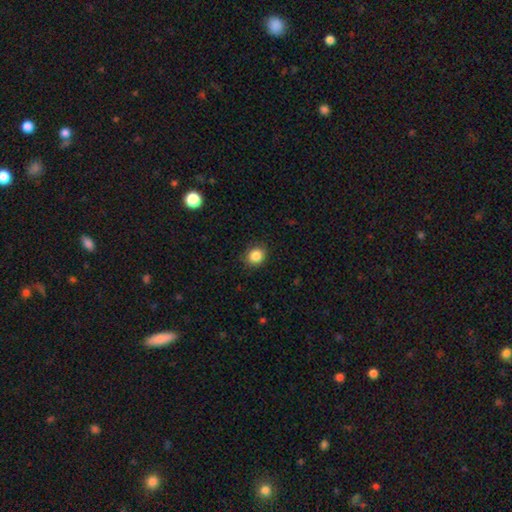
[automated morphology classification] Smooth or featured? smooth (86%)
How rounded? round (77%)
Merging? none (85%)